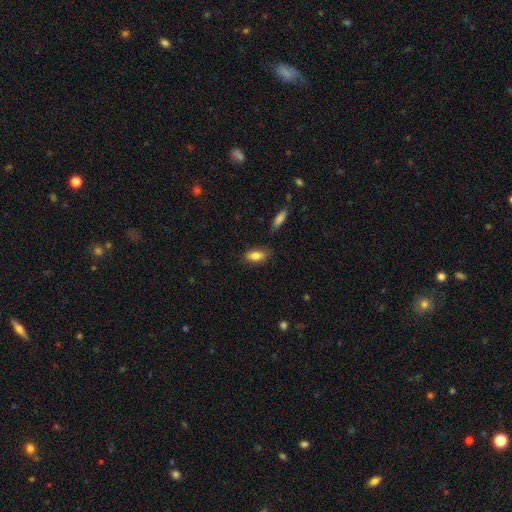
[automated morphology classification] smooth-or-featured: smooth: 81% | featured or disk: 11% | star or artifact: 8%
  how-rounded: in between: 83% | cigar-shaped: 13% | round: 4%
  merging: none: 75% | minor disturbance: 18% | major disturbance: 4% | merger: 3%